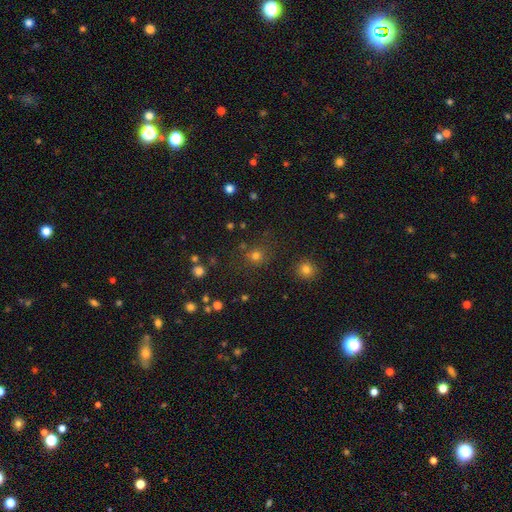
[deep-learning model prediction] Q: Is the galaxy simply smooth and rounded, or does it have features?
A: smooth — 71%.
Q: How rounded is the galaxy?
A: round — 88%.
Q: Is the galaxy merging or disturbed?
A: none — 80%.